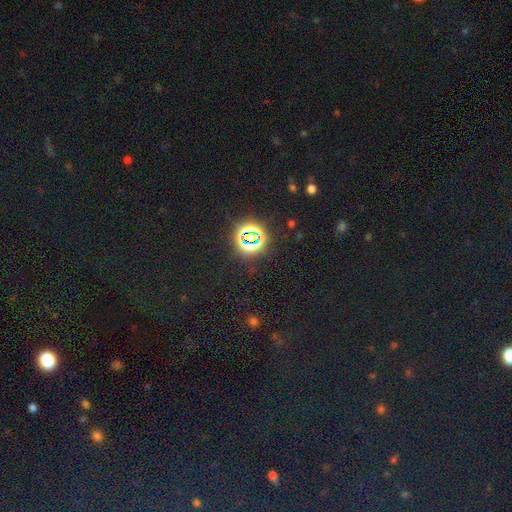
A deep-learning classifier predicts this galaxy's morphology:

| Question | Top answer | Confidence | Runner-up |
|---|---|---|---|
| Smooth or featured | star or artifact | 70% | smooth (23%) |